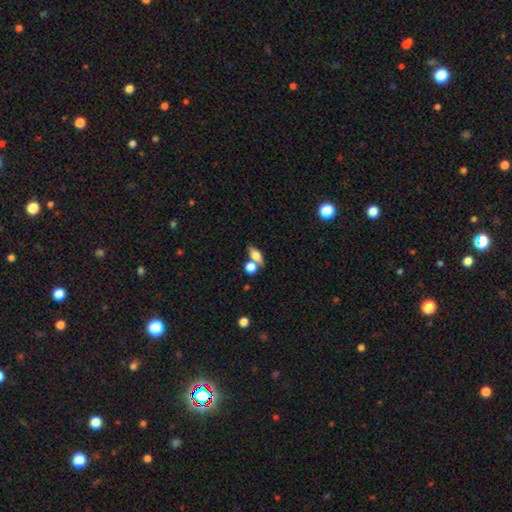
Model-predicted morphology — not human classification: Smooth or featured: smooth — 71% (featured or disk — 20%)
How rounded: in between — 69% (cigar-shaped — 15%)
Merging: none — 52% (merger — 32%)